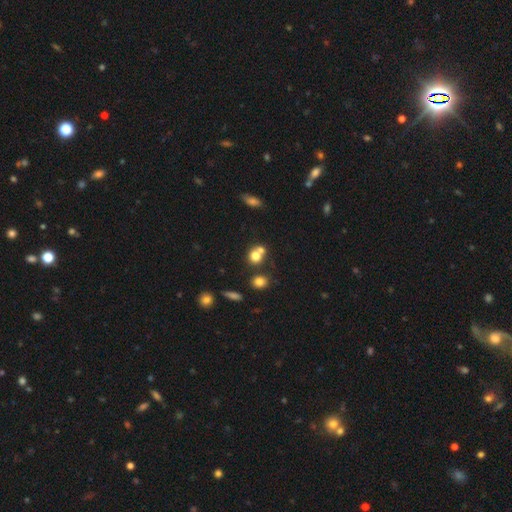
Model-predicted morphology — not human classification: Smooth or featured? smooth (74%)
How rounded? round (79%)
Merging? none (45%)